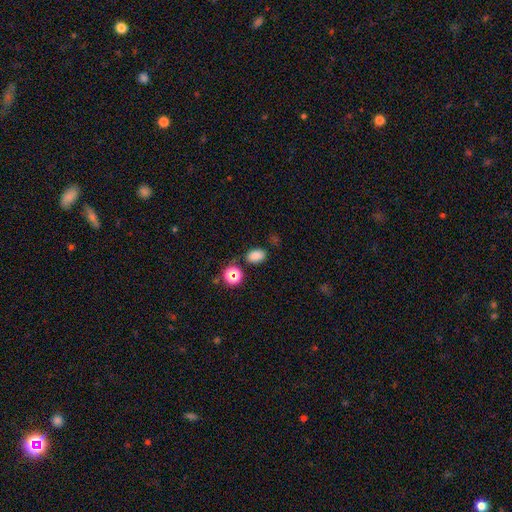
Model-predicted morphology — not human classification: Smooth or featured: smooth — 80% (star or artifact — 15%)
How rounded: in between — 80% (round — 19%)
Merging: none — 81% (minor disturbance — 11%)